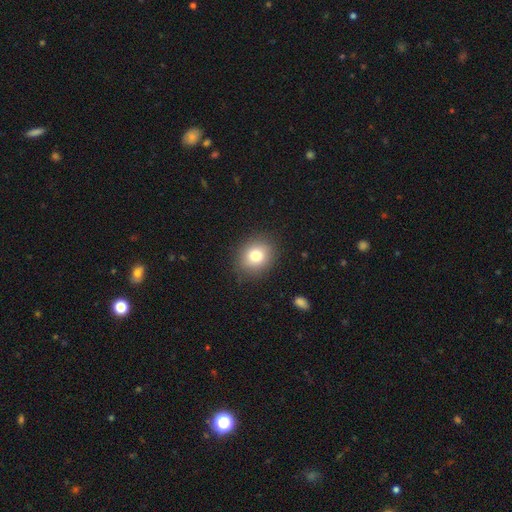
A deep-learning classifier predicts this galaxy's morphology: smooth-or-featured: smooth: 80% | star or artifact: 11% | featured or disk: 10%
  how-rounded: round: 66% | in between: 33% | cigar-shaped: 1%
  merging: none: 87% | minor disturbance: 9% | major disturbance: 3% | merger: 1%